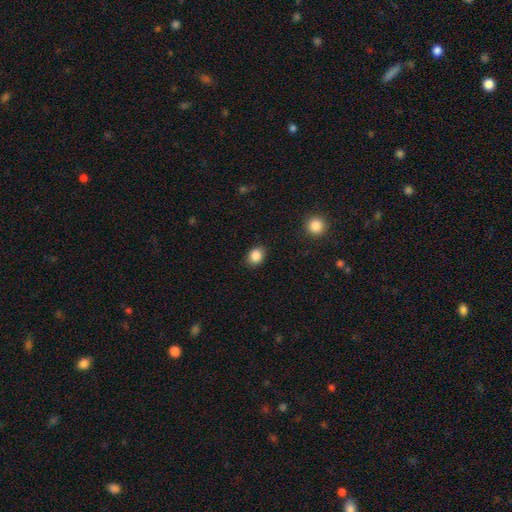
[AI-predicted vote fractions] smooth-or-featured: smooth: 87% | star or artifact: 9% | featured or disk: 4%
  how-rounded: in between: 51% | round: 48% | cigar-shaped: 1%
  merging: none: 88% | minor disturbance: 9% | major disturbance: 2% | merger: 1%